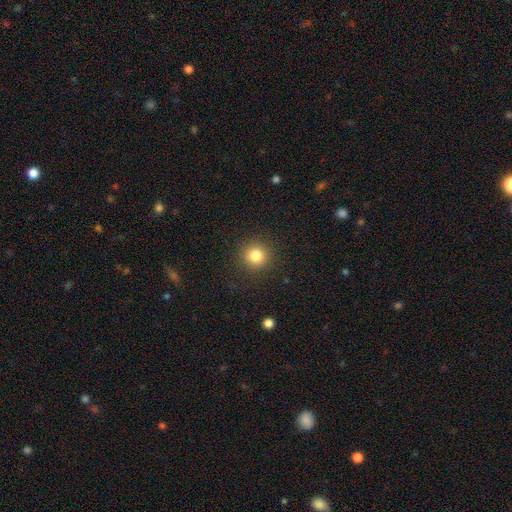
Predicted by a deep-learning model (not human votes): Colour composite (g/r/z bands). It shows a smooth galaxy with no disk features (82%) that is round (93%). Merging: none (90%).